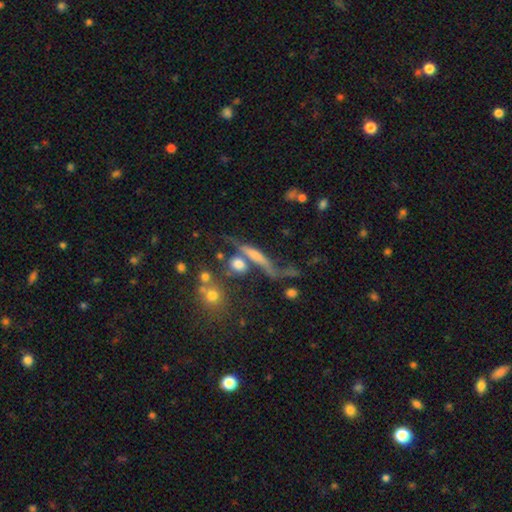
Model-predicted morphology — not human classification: The model was most divided on "smooth or featured": smooth: 48%, featured or disk: 40%, star or artifact: 12%. Remaining: merging — none (39%).